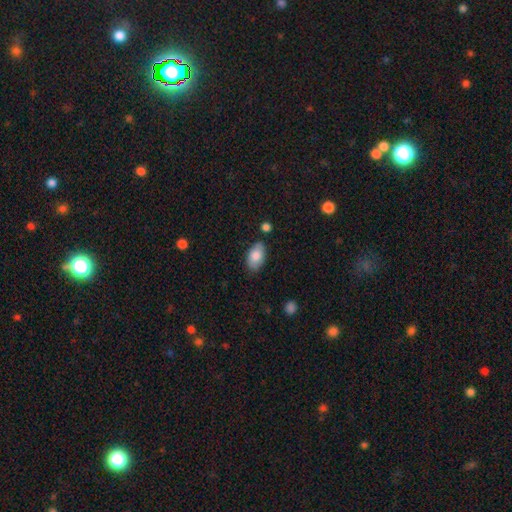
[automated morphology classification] Smooth or featured?
  - smooth: 80% *
  - featured or disk: 13%
  - star or artifact: 6%
How rounded?
  - in between: 93% *
  - round: 5%
  - cigar-shaped: 2%
Merging?
  - none: 78% *
  - minor disturbance: 15%
  - merger: 3%
  - major disturbance: 3%